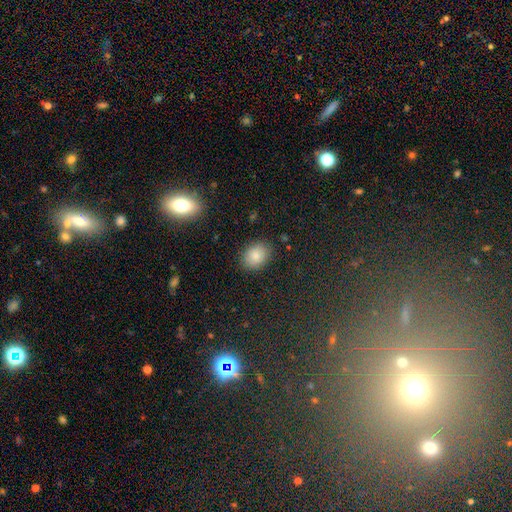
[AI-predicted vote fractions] Morphology: type=smooth (83%); roundness=in between (64%); merging=none (86%).